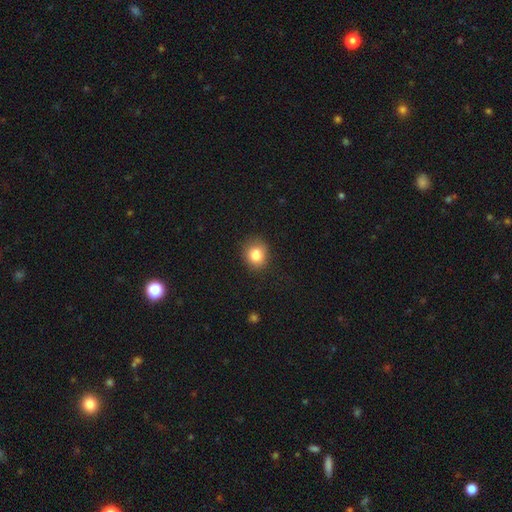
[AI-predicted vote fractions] Smooth or featured: smooth — 82% (star or artifact — 11%)
How rounded: round — 71% (in between — 28%)
Merging: none — 77% (minor disturbance — 17%)